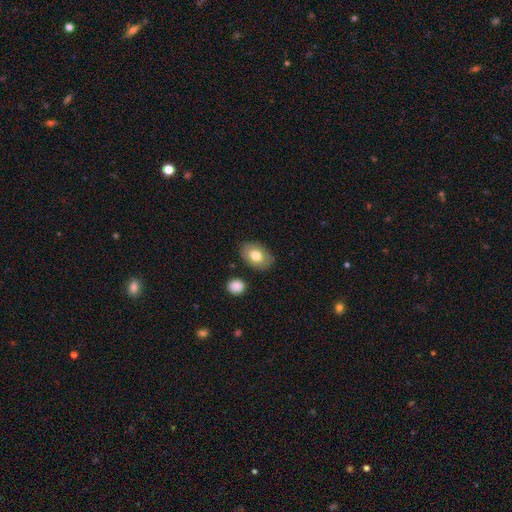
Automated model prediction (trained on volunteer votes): The model was most divided on "smooth or featured": smooth: 75%, featured or disk: 18%, star or artifact: 7%. More confident: how rounded — in between (84%); merging — none (83%).